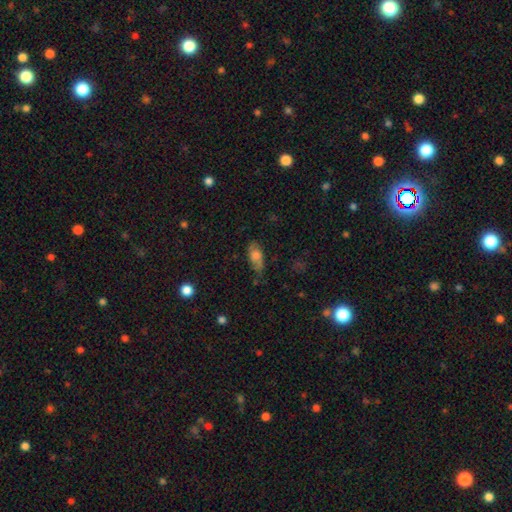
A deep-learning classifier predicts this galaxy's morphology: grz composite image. It shows a smooth galaxy with no disk features (66%) that is in between round and cigar-shaped (84%). Merging: none (58%).